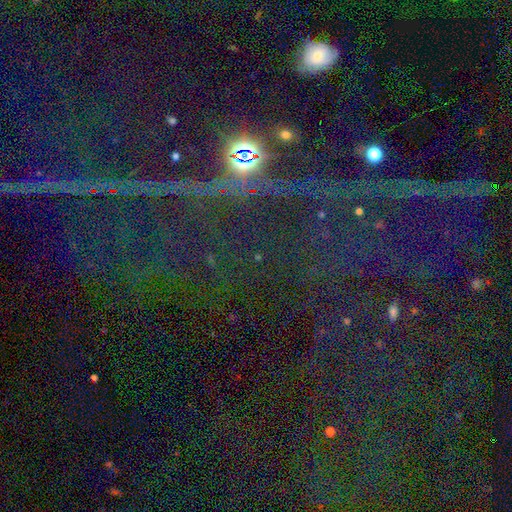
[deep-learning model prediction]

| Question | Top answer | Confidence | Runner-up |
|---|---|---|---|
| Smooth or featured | star or artifact | 81% | smooth (10%) |